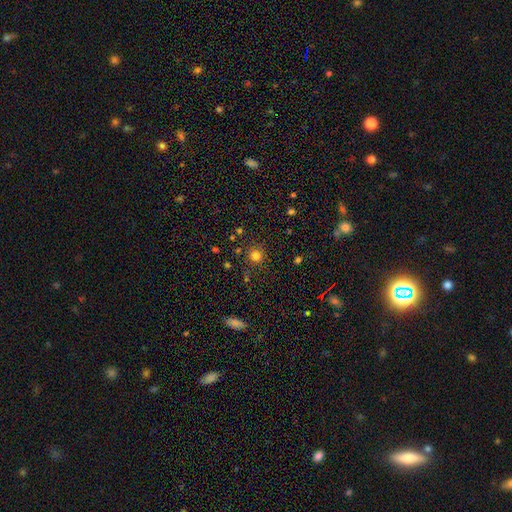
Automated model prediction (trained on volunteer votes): The model was most divided on "smooth or featured": smooth: 78%, star or artifact: 17%, featured or disk: 6%. More confident: how rounded — round (92%); merging — none (85%).